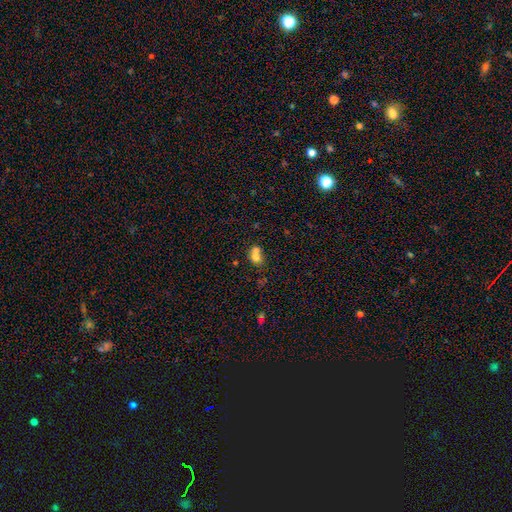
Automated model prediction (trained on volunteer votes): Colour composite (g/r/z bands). It shows a smooth galaxy with no disk features (71%) that is round (66%). Merging: merger (63%).